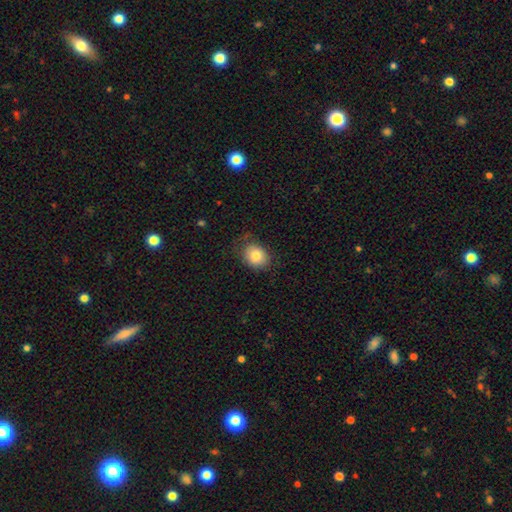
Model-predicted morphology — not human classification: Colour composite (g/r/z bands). It shows a smooth galaxy with no disk features (81%) that is round (57%). Merging: none (73%).